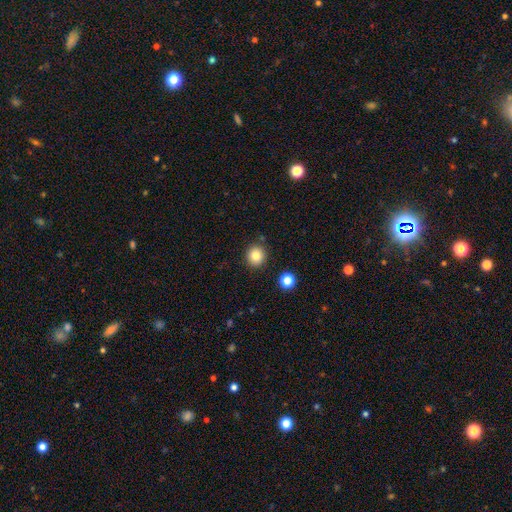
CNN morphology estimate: This appears to be a smooth galaxy with no disk features (83%) that is round (90%). Merging: none (88%).